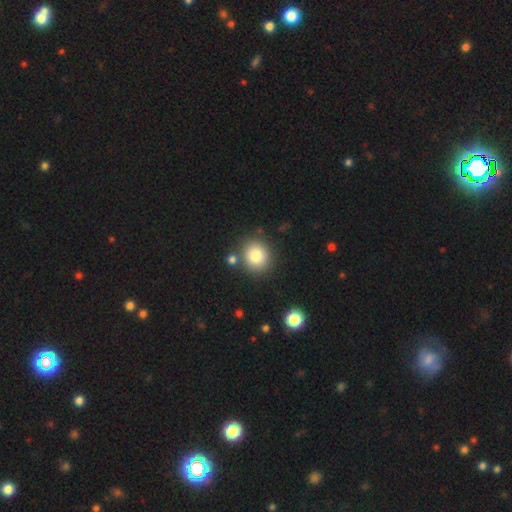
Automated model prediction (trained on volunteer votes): Smooth or featured: smooth — 82% (star or artifact — 10%)
How rounded: round — 85% (in between — 15%)
Merging: none — 81% (merger — 8%)